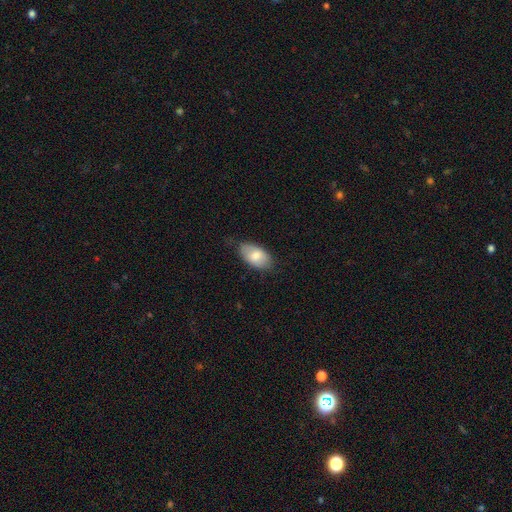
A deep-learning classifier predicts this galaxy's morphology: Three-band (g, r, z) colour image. It shows a smooth galaxy with no disk features (78%) that is in between round and cigar-shaped (94%). Merging: none (71%).